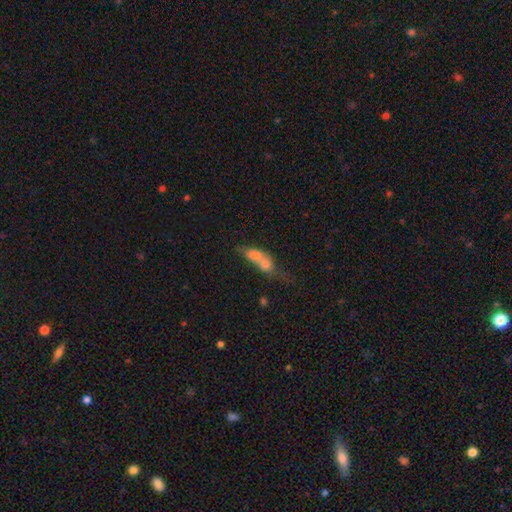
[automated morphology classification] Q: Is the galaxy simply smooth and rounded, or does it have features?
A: smooth — 59%.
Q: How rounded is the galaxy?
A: in between — 55%.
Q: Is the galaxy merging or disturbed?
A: merger — 70%.